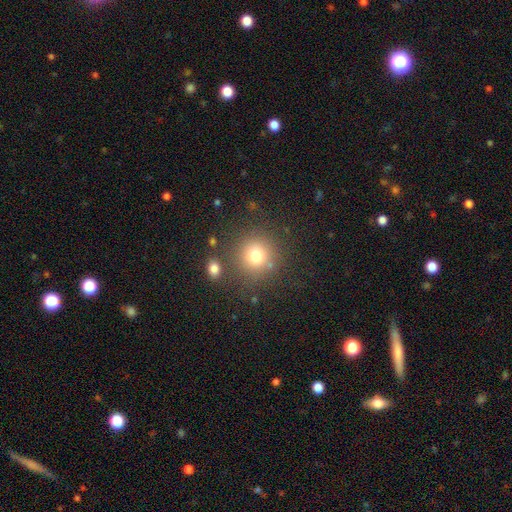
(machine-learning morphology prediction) Overall: smooth (76%). How rounded: round (92%). Merging: none (79%).